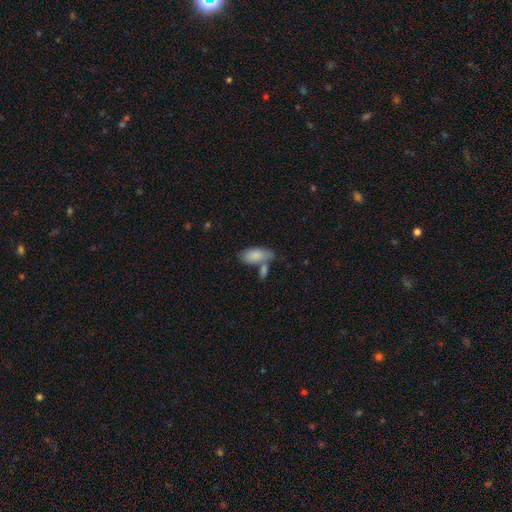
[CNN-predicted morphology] A smooth galaxy with no disk features (85%) that is in between round and cigar-shaped (90%).

Vote fractions:
- Smooth or featured? smooth: 85% / featured or disk: 9% / star or artifact: 6%
- How rounded? in between: 90% / cigar-shaped: 7% / round: 2%
- Merging? none: 49% / merger: 28% / minor disturbance: 17% / major disturbance: 6%